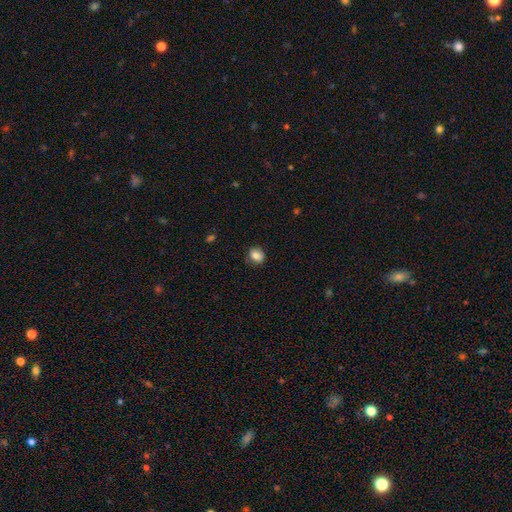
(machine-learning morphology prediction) This appears to be a smooth galaxy with no disk features (83%) that is round (53%). Merging: none (83%).